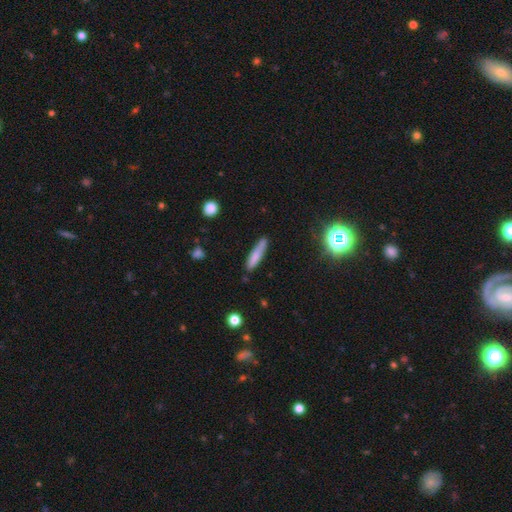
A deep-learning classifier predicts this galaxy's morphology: Smooth or featured? Predicted: smooth (p=0.78). How rounded? Predicted: cigar-shaped (p=0.86). Merging? Predicted: none (p=0.76).